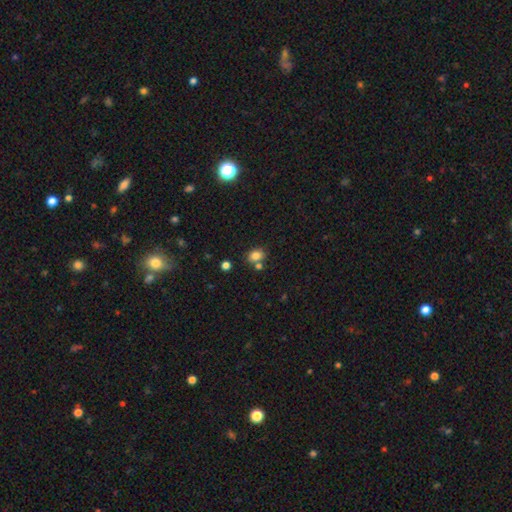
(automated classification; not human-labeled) Q: Smooth or featured?
A: smooth (81%); runner-up: star or artifact (12%)
Q: How rounded?
A: in between (62%); runner-up: round (37%)
Q: Merging?
A: none (64%); runner-up: merger (19%)